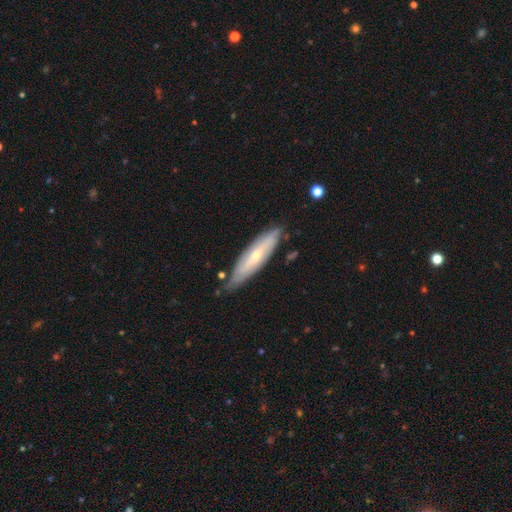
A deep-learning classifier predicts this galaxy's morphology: This appears to be a featured or disk galaxy (56%) viewed edge-on (51%). Merging: none (77%).